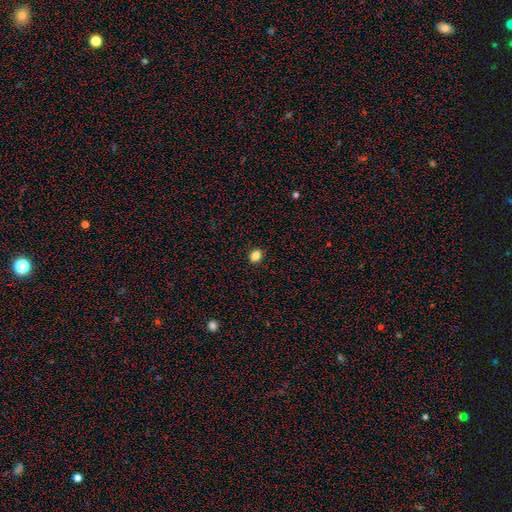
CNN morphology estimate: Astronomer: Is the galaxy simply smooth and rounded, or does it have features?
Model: smooth — 85%.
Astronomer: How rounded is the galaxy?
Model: in between — 60% (runner-up: round, 39%).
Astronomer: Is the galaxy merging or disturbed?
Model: none — 91%.